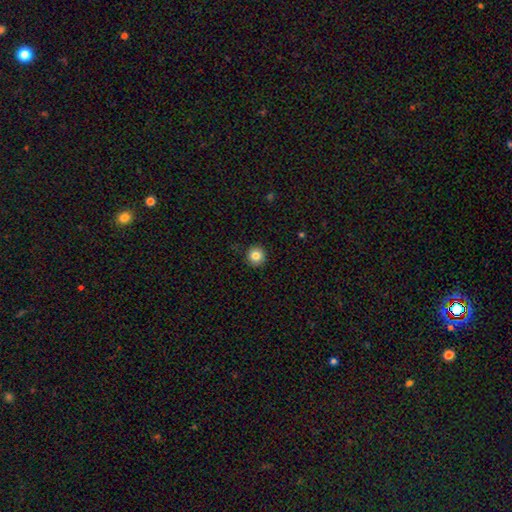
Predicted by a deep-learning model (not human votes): Overall: smooth (84%). How rounded: round (95%). Merging: none (92%).